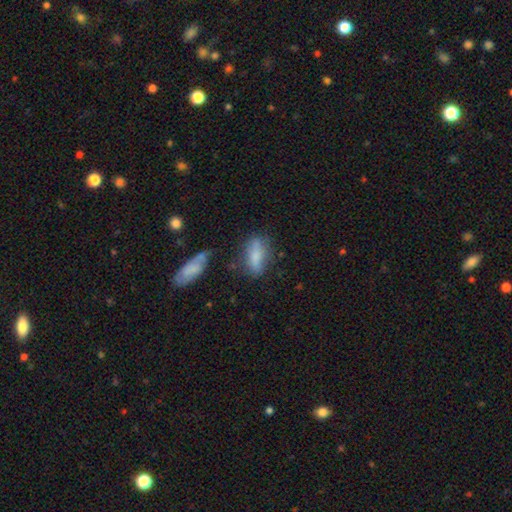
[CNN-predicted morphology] smooth 71%, featured or disk 21%, star or artifact 8%. Down the decision tree: how rounded — in between (68%); merging — none (60%).